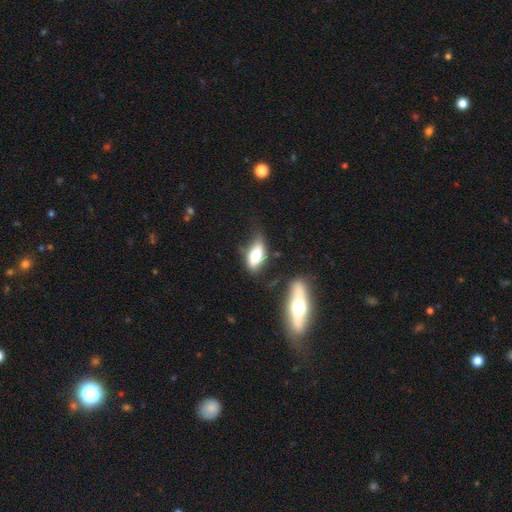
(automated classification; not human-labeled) A smooth galaxy with no disk features (70%) that is in between round and cigar-shaped (85%).

Vote fractions:
- Smooth or featured? smooth: 70% / featured or disk: 23% / star or artifact: 8%
- How rounded? in between: 85% / cigar-shaped: 11% / round: 4%
- Merging? none: 53% / minor disturbance: 28% / major disturbance: 11% / merger: 8%